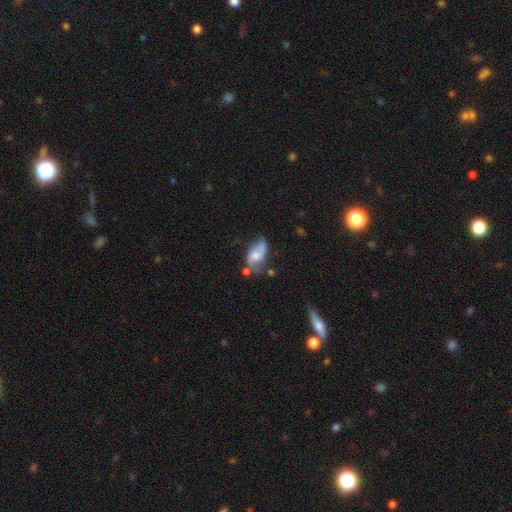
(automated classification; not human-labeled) featured or disk 53%, smooth 38%, star or artifact 9%. Down the decision tree: edge-on disk — no (94%); merging — none (39%).